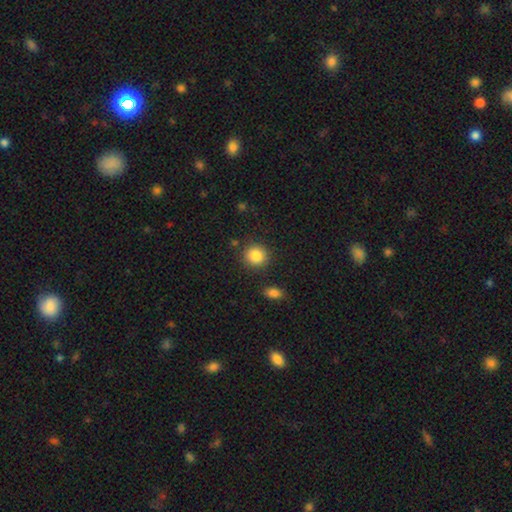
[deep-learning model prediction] smooth-or-featured: smooth: 87% | star or artifact: 9% | featured or disk: 5%
  how-rounded: round: 89% | in between: 11% | cigar-shaped: 1%
  merging: none: 86% | minor disturbance: 8% | merger: 3% | major disturbance: 3%